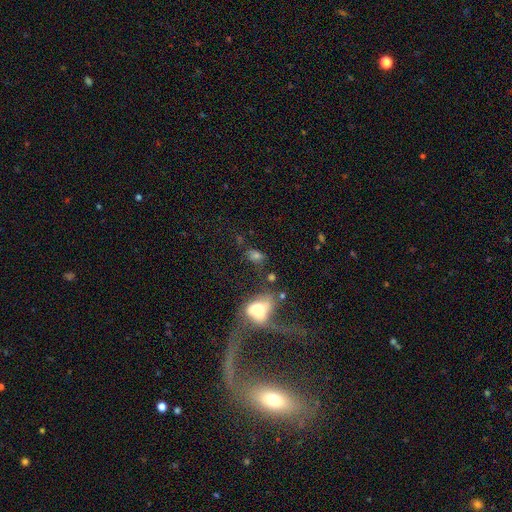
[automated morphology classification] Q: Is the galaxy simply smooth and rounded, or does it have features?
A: smooth — 61%.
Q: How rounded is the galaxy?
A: in between — 74%.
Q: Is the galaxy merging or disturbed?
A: none — 43%.